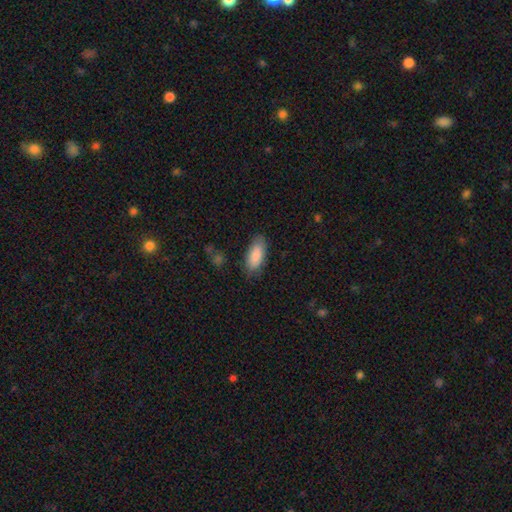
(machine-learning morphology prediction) type=smooth (87%); roundness=in between (86%); merging=none (79%).